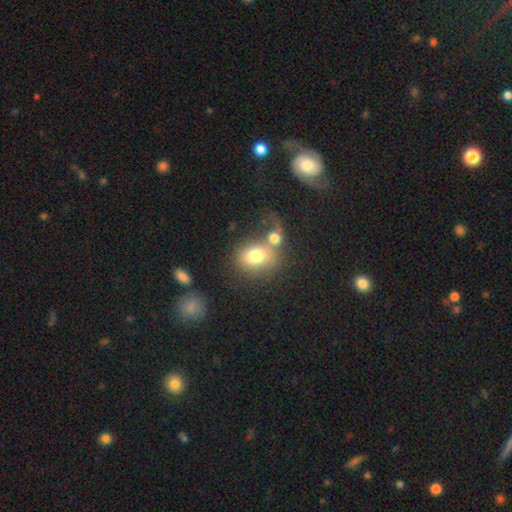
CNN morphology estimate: The model was most divided on "how rounded": round: 55%, in between: 43%, cigar-shaped: 1%. Remaining: smooth or featured — smooth (71%); merging — merger (47%).